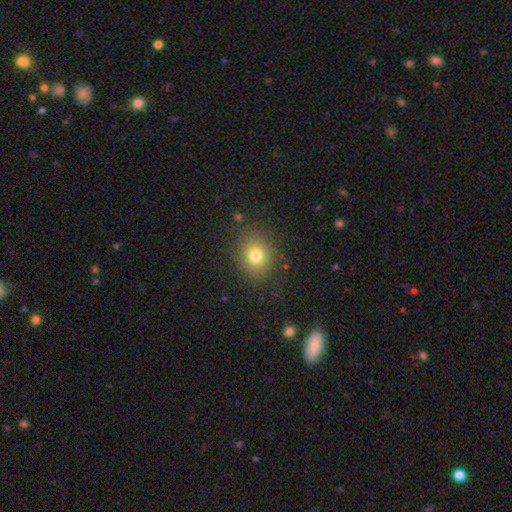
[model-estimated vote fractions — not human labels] smooth_or_featured: smooth (p=0.77) [alt: star or artifact p=0.15]
how_rounded: round (p=0.69) [alt: in between p=0.30]
merging: none (p=0.86) [alt: minor disturbance p=0.09]